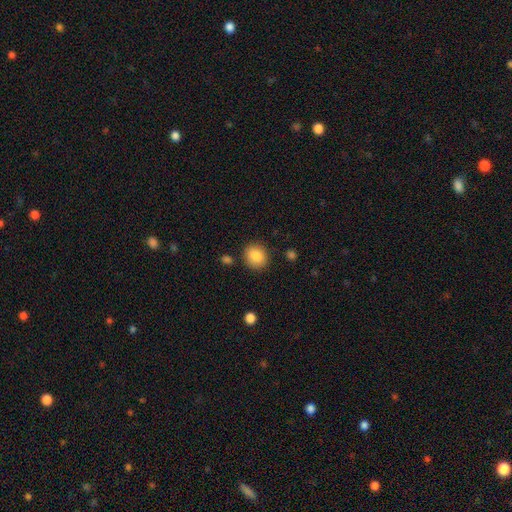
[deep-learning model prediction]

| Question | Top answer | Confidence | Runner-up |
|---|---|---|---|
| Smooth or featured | smooth | 86% | star or artifact (8%) |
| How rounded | round | 73% | in between (26%) |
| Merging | none | 85% | minor disturbance (9%) |